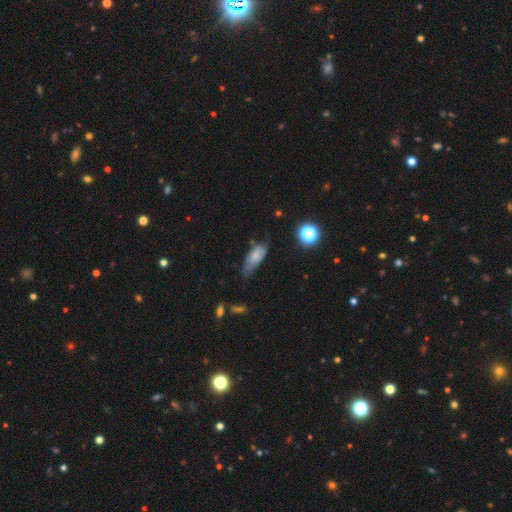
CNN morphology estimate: type=smooth (63%); roundness=in between (79%); merging=none (45%).